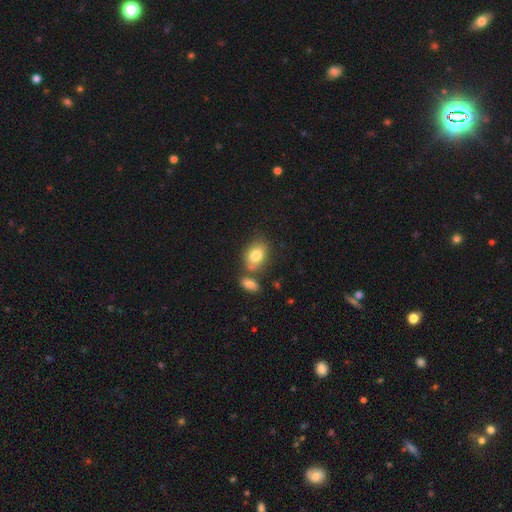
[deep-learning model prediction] A smooth galaxy with no disk features (79%) that is in between round and cigar-shaped (78%).

Vote fractions:
- Smooth or featured? smooth: 79% / featured or disk: 13% / star or artifact: 8%
- How rounded? in between: 78% / round: 21% / cigar-shaped: 2%
- Merging? none: 55% / merger: 25% / minor disturbance: 16% / major disturbance: 5%